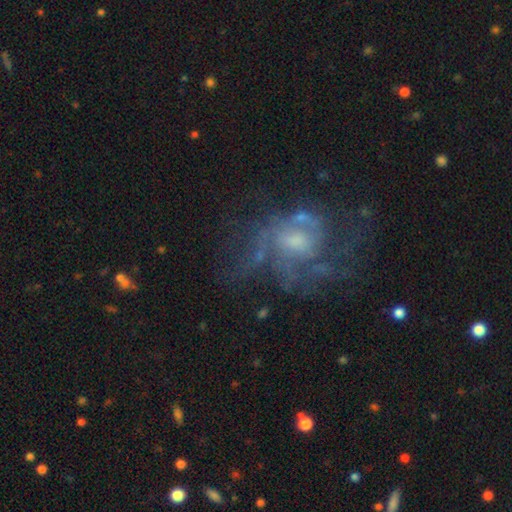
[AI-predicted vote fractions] The model was most divided on "bulge size": moderate: 43%, small: 37%, none: 13%, large: 6%, dominant: 1%. Remaining: edge-on disk — no (97%); smooth or featured — featured or disk (72%); spiral arms — yes (70%); bar — no (67%); merging — none (45%).